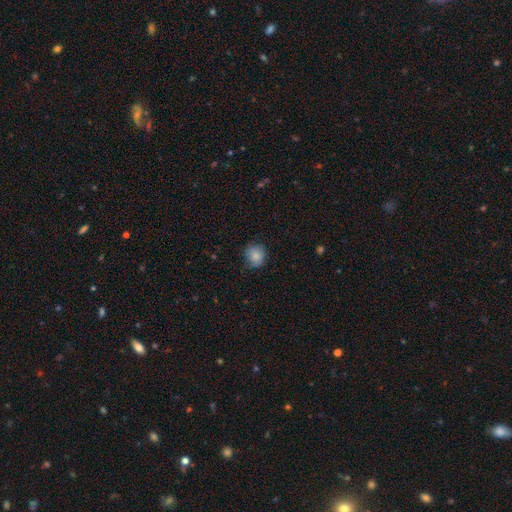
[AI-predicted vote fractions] The model was most divided on "merging": none: 74%, minor disturbance: 21%, major disturbance: 4%, merger: 1%. More confident: how rounded — round (83%); smooth or featured — smooth (83%).